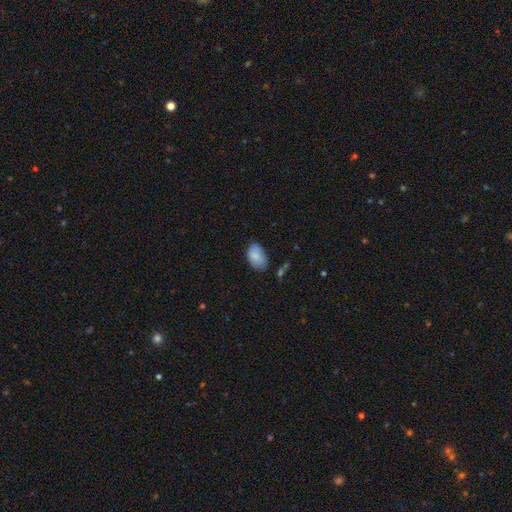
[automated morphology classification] smooth_or_featured: smooth (p=0.84) [alt: featured or disk p=0.09]
how_rounded: in between (p=0.92) [alt: round p=0.07]
merging: none (p=0.66) [alt: minor disturbance p=0.25]